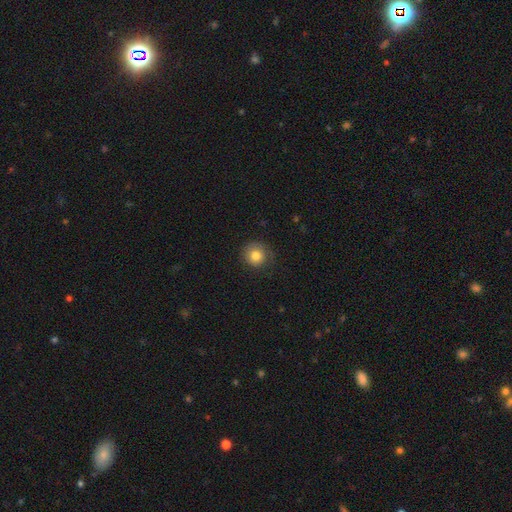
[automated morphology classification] Overall: smooth (80%). How rounded: round (92%). Merging: none (77%).